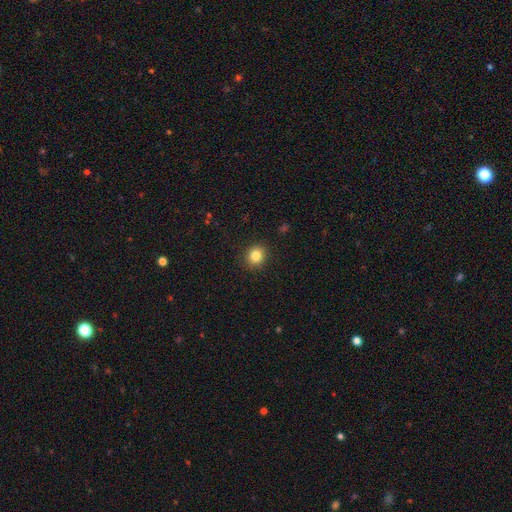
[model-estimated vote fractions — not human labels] This appears to be a smooth galaxy with no disk features (83%) that is round (82%). Merging: none (91%).